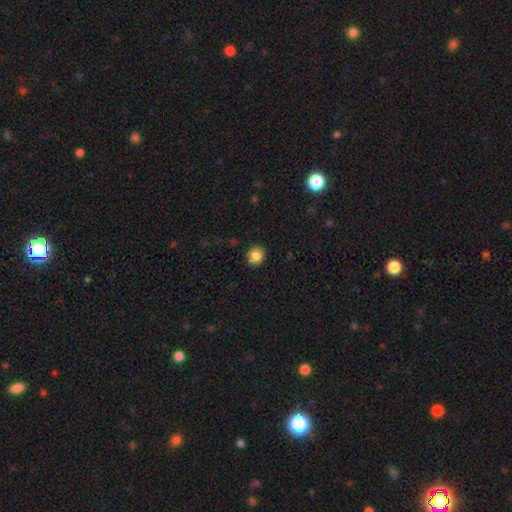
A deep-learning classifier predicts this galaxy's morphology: Q: Smooth or featured?
A: smooth (86%); runner-up: star or artifact (10%)
Q: How rounded?
A: round (82%); runner-up: in between (17%)
Q: Merging?
A: none (90%); runner-up: minor disturbance (7%)